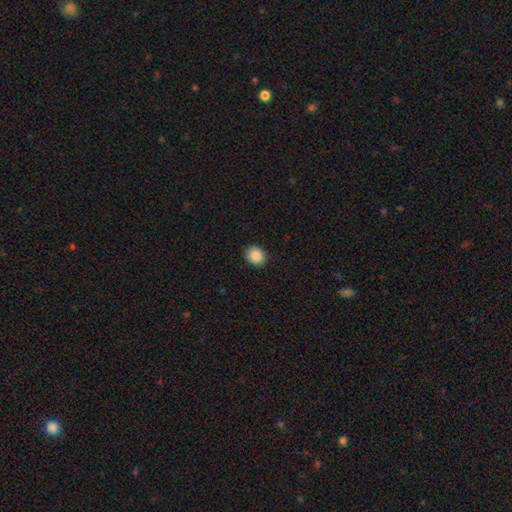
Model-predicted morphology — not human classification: Overall: smooth (89%). How rounded: round (71%). Merging: none (89%).